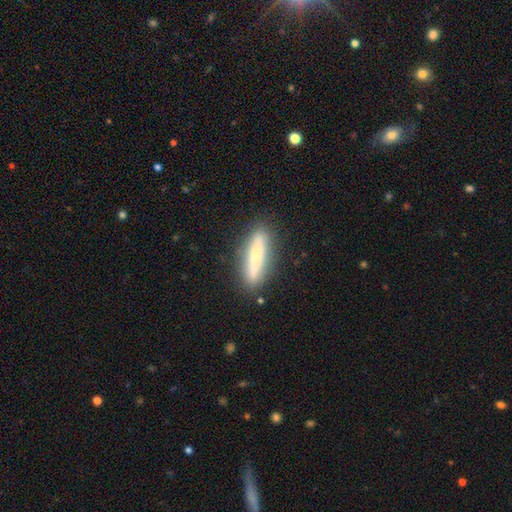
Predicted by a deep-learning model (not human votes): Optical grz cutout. It shows a smooth galaxy with no disk features (64%) that is cigar-shaped (83%). Merging: none (85%).